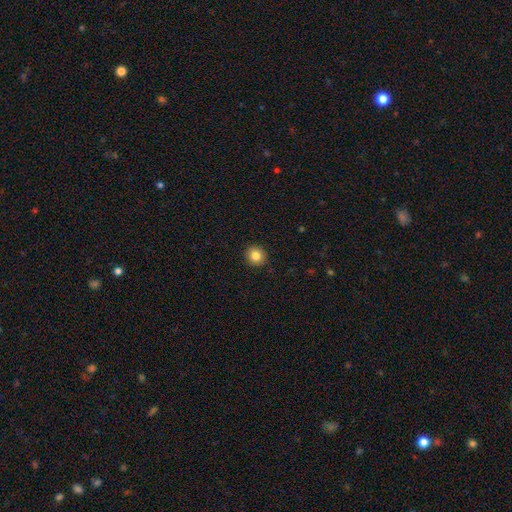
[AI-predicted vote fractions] Morphology: type=smooth (84%); roundness=round (89%); merging=none (92%).